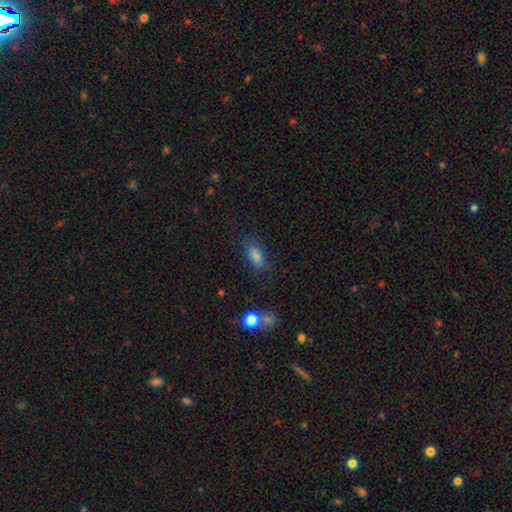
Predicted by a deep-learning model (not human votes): Smooth or featured?
  - smooth: 80% *
  - star or artifact: 12%
  - featured or disk: 8%
How rounded?
  - in between: 82% *
  - cigar-shaped: 11%
  - round: 7%
Merging?
  - none: 74% *
  - minor disturbance: 16%
  - major disturbance: 6%
  - merger: 4%